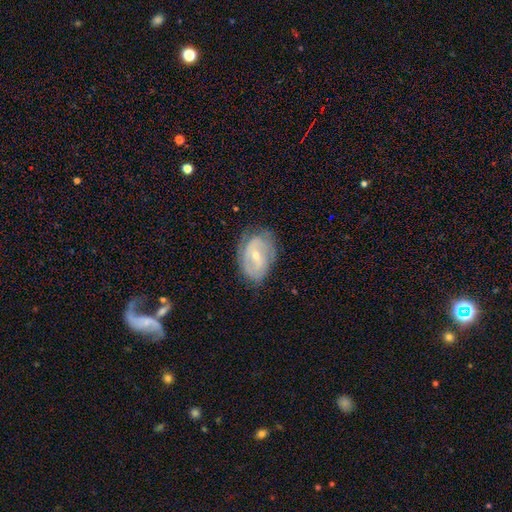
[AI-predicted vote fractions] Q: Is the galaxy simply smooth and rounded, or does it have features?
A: featured or disk — 69%.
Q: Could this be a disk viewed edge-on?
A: no — 96%.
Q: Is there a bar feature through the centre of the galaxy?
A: weak — 46%.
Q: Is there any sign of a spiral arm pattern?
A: yes — 74%.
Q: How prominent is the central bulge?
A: small — 57%.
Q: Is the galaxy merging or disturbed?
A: none — 68%.